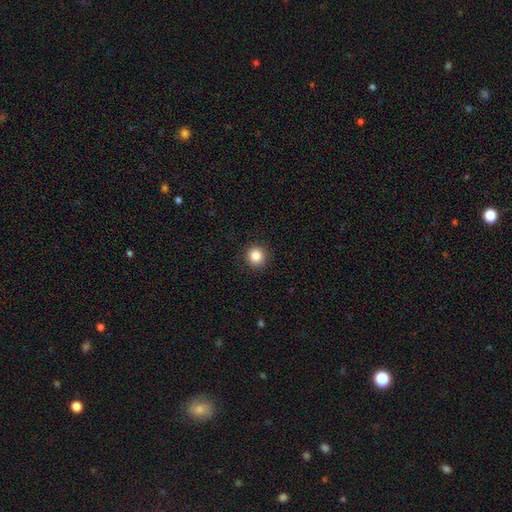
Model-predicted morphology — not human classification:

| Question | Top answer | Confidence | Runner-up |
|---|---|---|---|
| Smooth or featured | smooth | 86% | star or artifact (10%) |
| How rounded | round | 92% | in between (7%) |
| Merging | none | 91% | minor disturbance (6%) |